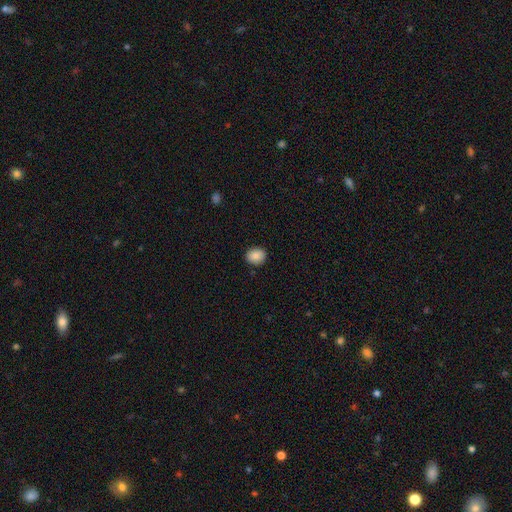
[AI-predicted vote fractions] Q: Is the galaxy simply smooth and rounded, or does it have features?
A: smooth — 86%.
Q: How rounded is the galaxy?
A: round — 66%.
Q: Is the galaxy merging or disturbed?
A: none — 88%.